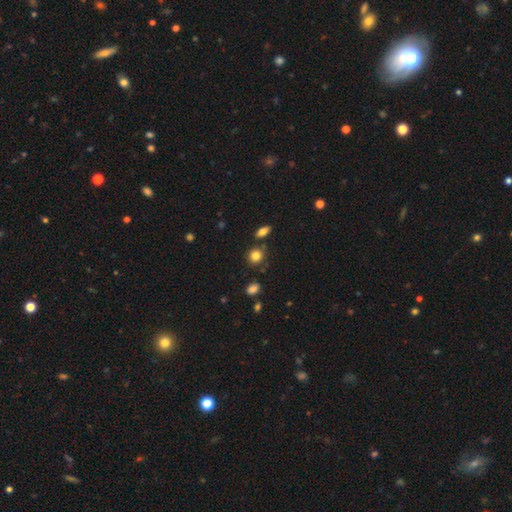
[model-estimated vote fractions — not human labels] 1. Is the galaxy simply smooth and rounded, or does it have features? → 82% smooth, 11% star or artifact, 7% featured or disk.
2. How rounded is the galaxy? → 76% round, 22% in between, 1% cigar-shaped.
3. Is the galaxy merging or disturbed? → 77% none, 11% minor disturbance, 8% merger, 3% major disturbance.